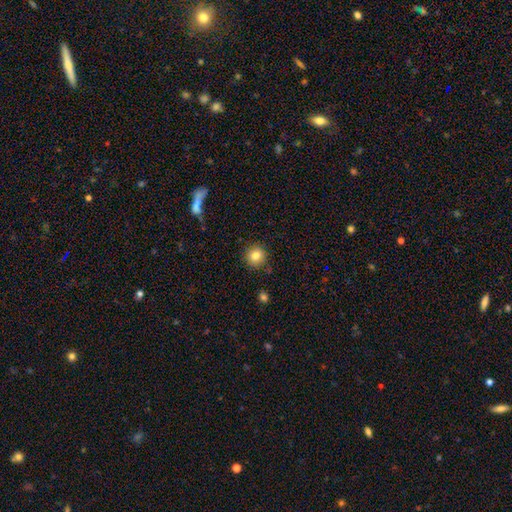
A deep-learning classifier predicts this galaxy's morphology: Smooth or featured?
  - smooth: 83% *
  - star or artifact: 10%
  - featured or disk: 7%
How rounded?
  - round: 91% *
  - in between: 8%
  - cigar-shaped: 1%
Merging?
  - none: 89% *
  - minor disturbance: 7%
  - major disturbance: 2%
  - merger: 2%